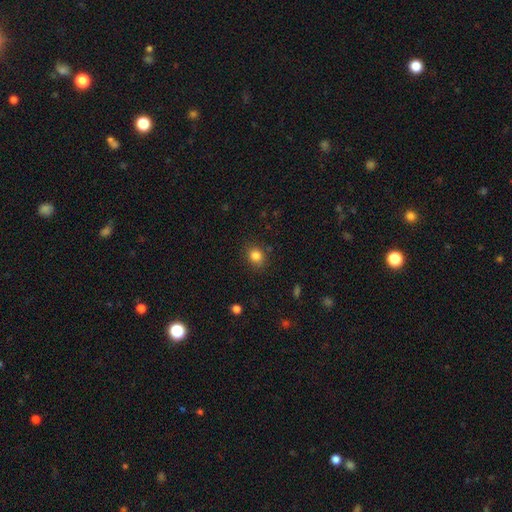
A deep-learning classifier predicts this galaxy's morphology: Smooth or featured: smooth — 83% (star or artifact — 11%)
How rounded: round — 69% (in between — 30%)
Merging: none — 85% (minor disturbance — 10%)